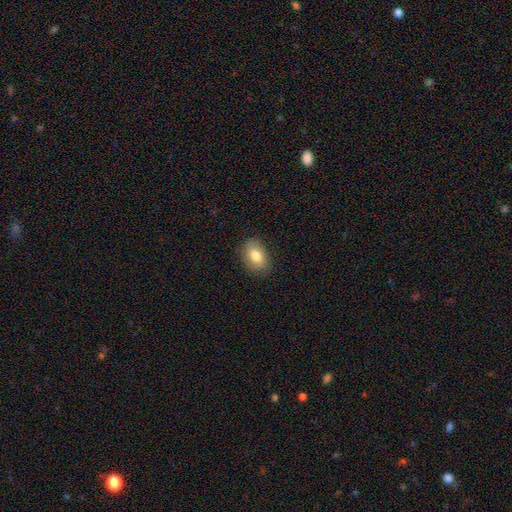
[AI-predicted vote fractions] Smooth or featured? smooth (81%)
How rounded? in between (79%)
Merging? none (84%)